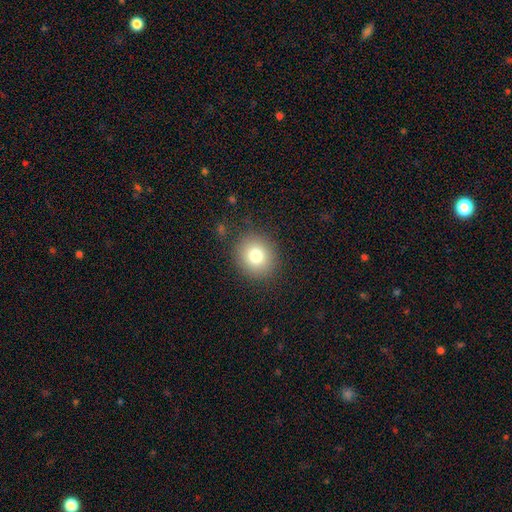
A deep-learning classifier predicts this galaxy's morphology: This is likely a smooth galaxy (78%). How rounded: clearly round (86%). Merging: clearly none (87%).